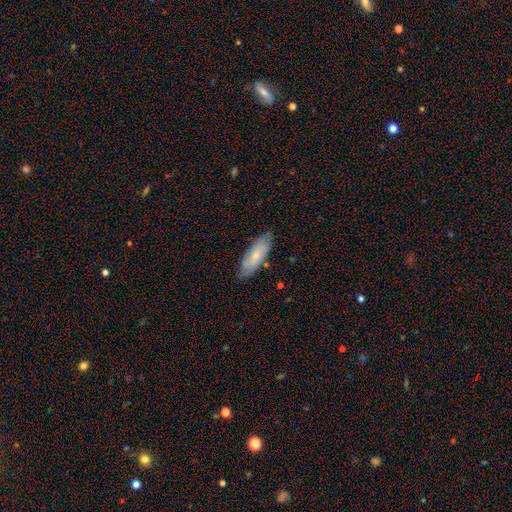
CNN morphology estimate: smooth_or_featured: smooth (p=0.54) [alt: featured or disk p=0.40]
how_rounded: in between (p=0.63) [alt: cigar-shaped p=0.35]
merging: none (p=0.79) [alt: minor disturbance p=0.17]